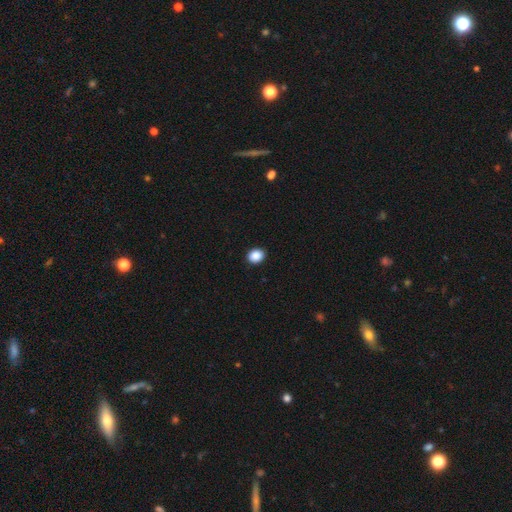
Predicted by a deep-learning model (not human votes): This is clearly a smooth galaxy (89%). How rounded: likely round (61%). Merging: clearly none (91%).